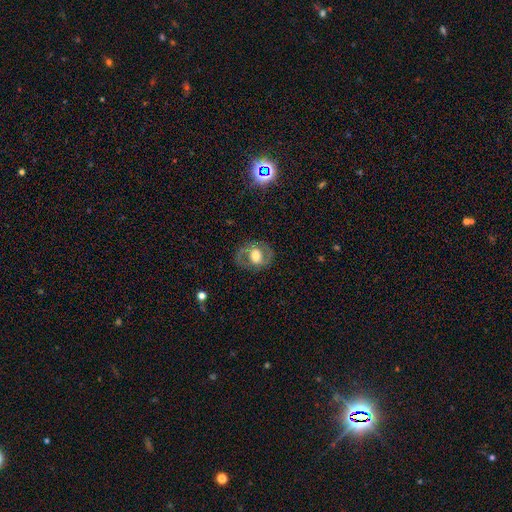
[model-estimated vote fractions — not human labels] Smooth or featured: featured or disk — 63% (smooth — 30%)
Edge-on disk: no — 95% (yes — 5%)
Bar: no — 55% (weak — 32%)
Spiral arms: yes — 63% (no — 37%)
Bulge size: moderate — 44% (large — 43%)
Merging: none — 75% (minor disturbance — 15%)